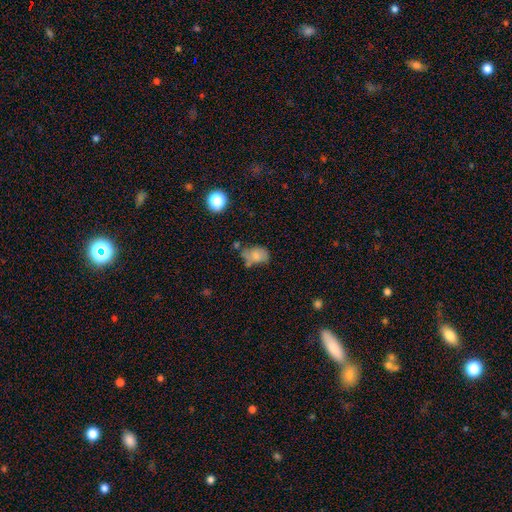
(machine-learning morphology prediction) Smooth or featured? smooth (70%)
How rounded? in between (75%)
Merging? none (41%)